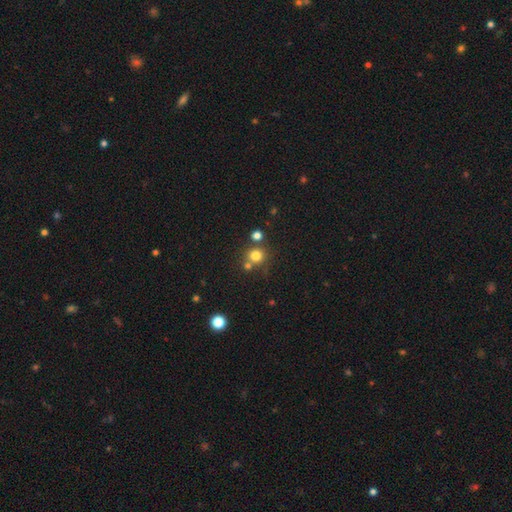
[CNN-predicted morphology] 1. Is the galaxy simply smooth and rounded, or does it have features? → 77% smooth, 15% star or artifact, 7% featured or disk.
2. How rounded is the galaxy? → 91% round, 8% in between, 1% cigar-shaped.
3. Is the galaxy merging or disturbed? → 68% none, 20% merger, 9% minor disturbance, 4% major disturbance.